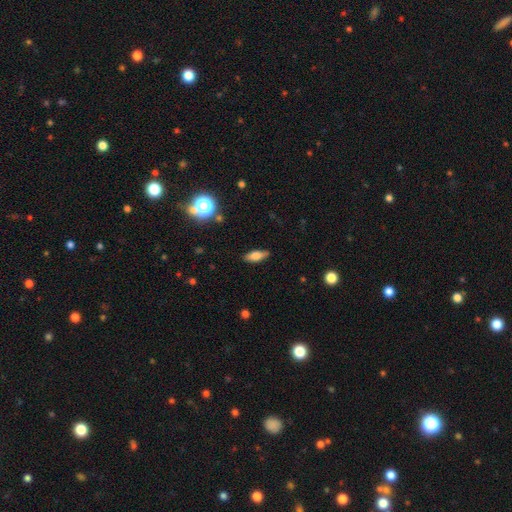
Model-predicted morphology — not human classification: This is likely a smooth galaxy (72%). How rounded: likely in between (72%). Merging: clearly none (86%).